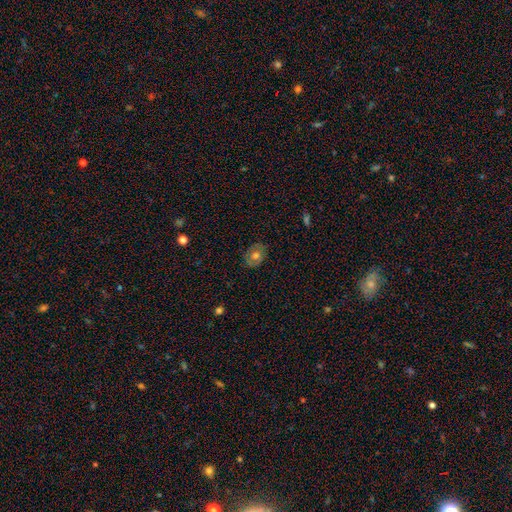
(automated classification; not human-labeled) Smooth or featured?
  - smooth: 56% *
  - featured or disk: 34%
  - star or artifact: 10%
How rounded?
  - in between: 53% *
  - round: 46%
  - cigar-shaped: 1%
Merging?
  - none: 82% *
  - minor disturbance: 13%
  - major disturbance: 3%
  - merger: 1%